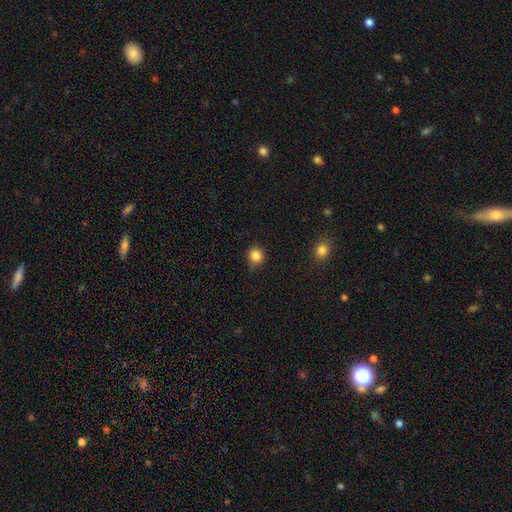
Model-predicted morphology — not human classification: Smooth or featured: smooth — 83% (star or artifact — 12%)
How rounded: round — 89% (in between — 10%)
Merging: none — 71% (minor disturbance — 22%)